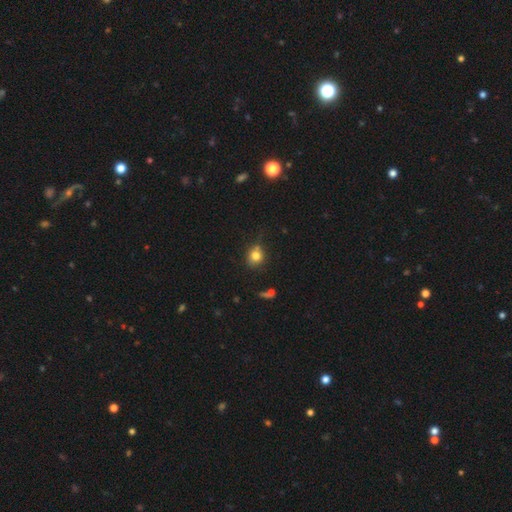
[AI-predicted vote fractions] Q: Smooth or featured?
A: smooth (79%); runner-up: star or artifact (12%)
Q: How rounded?
A: round (79%); runner-up: in between (20%)
Q: Merging?
A: none (69%); runner-up: minor disturbance (17%)